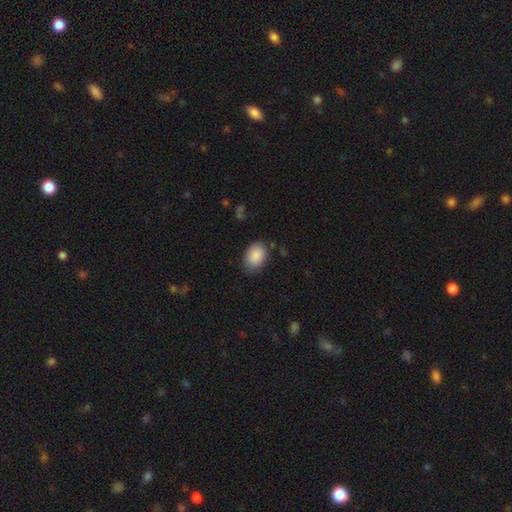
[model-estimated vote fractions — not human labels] This appears to be a smooth galaxy with no disk features (88%) that is in between round and cigar-shaped (84%). Merging: none (76%).